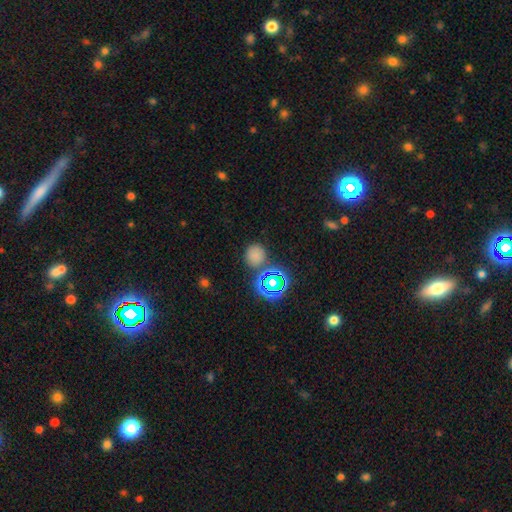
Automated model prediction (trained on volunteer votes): This is likely a smooth galaxy (69%). How rounded: clearly round (84%). Merging: likely none (76%).